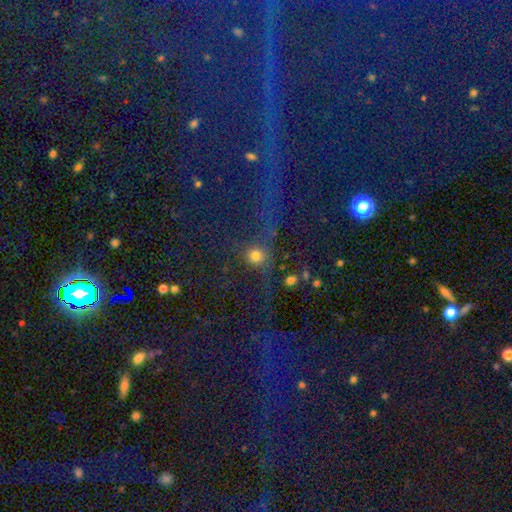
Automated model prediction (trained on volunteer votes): Smooth or featured? smooth (63%)
How rounded? round (85%)
Merging? none (54%)